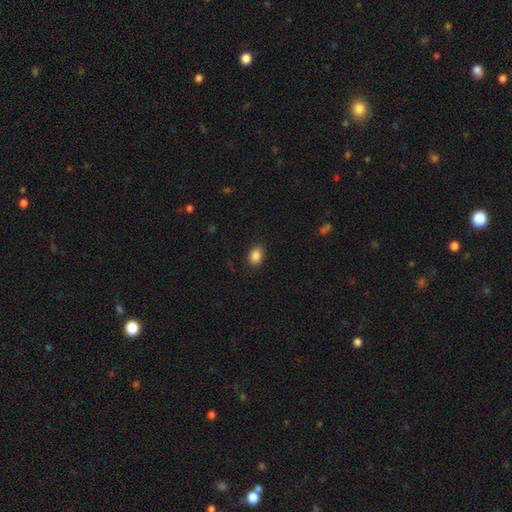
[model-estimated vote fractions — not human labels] Smooth or featured: smooth — 87% (star or artifact — 9%)
How rounded: in between — 76% (round — 23%)
Merging: none — 88% (minor disturbance — 9%)